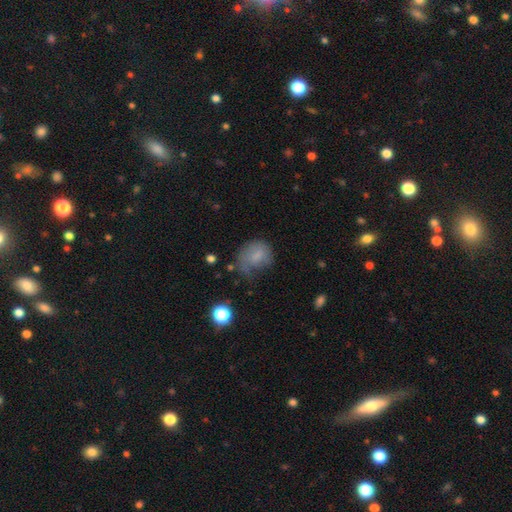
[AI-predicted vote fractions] smooth-or-featured: smooth: 70% | featured or disk: 19% | star or artifact: 11%
  how-rounded: round: 54% | in between: 45% | cigar-shaped: 1%
  merging: none: 38% | minor disturbance: 32% | major disturbance: 27% | merger: 4%